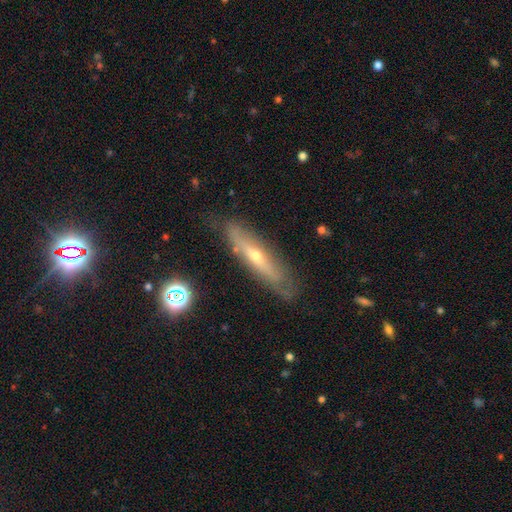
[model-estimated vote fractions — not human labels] A featured or disk galaxy (65%) viewed edge-on (66%).

Vote fractions:
- Smooth or featured? featured or disk: 65% / smooth: 26% / star or artifact: 8%
- Edge-on disk? yes: 66% / no: 34%
- Merging? none: 78% / minor disturbance: 16% / major disturbance: 4% / merger: 2%